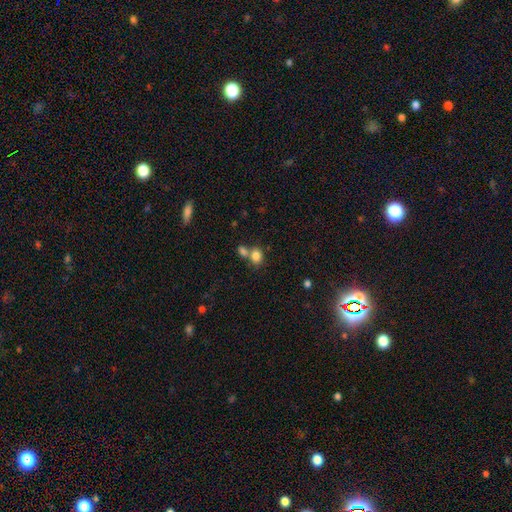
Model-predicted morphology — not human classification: Smooth or featured: smooth — 83% (star or artifact — 10%)
How rounded: in between — 52% (round — 46%)
Merging: none — 46% (merger — 41%)